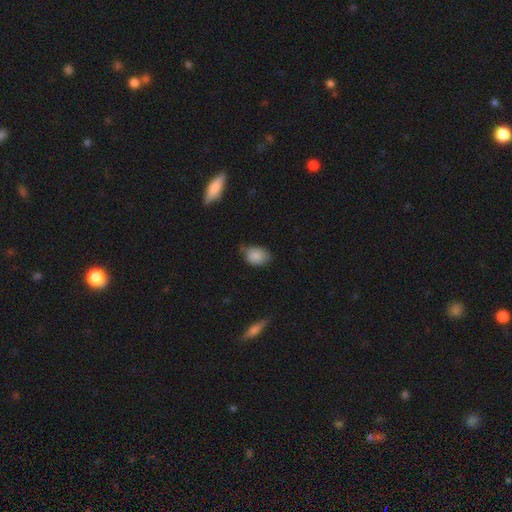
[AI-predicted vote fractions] Smooth or featured?
  - smooth: 85% *
  - star or artifact: 8%
  - featured or disk: 7%
How rounded?
  - in between: 67% *
  - round: 32%
  - cigar-shaped: 1%
Merging?
  - none: 55% *
  - minor disturbance: 35%
  - major disturbance: 6%
  - merger: 3%